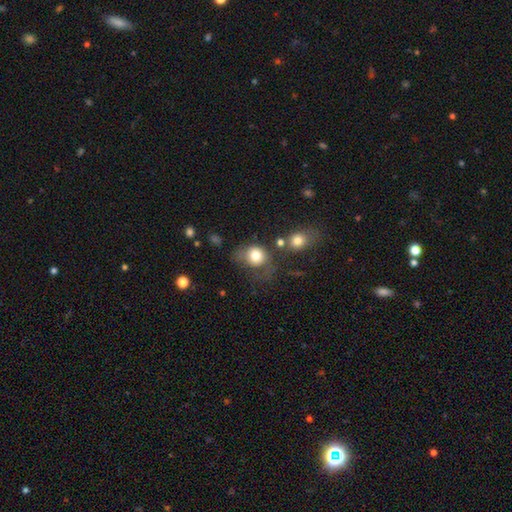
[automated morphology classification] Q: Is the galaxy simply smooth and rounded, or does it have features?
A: smooth — 78%.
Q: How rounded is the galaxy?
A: round — 66%.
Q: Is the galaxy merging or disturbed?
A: none — 39%.